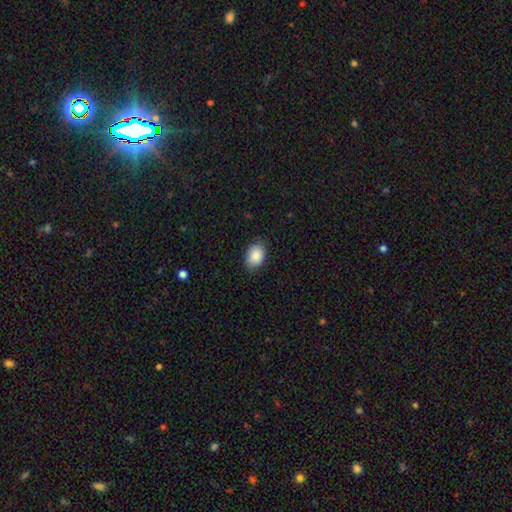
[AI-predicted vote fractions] A smooth galaxy with no disk features (88%) that is in between round and cigar-shaped (80%).

Vote fractions:
- Smooth or featured? smooth: 88% / star or artifact: 7% / featured or disk: 5%
- How rounded? in between: 80% / round: 19% / cigar-shaped: 1%
- Merging? none: 85% / minor disturbance: 12% / major disturbance: 2% / merger: 1%